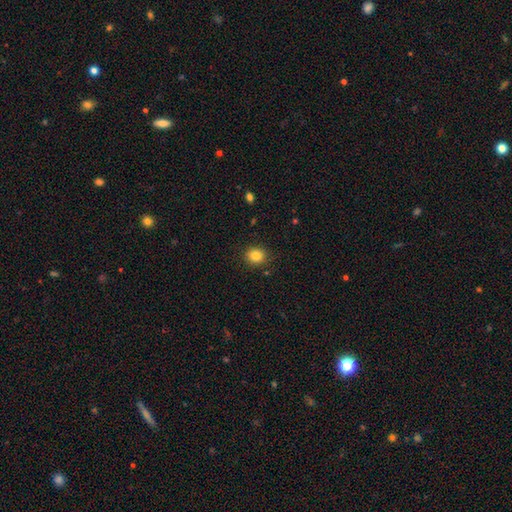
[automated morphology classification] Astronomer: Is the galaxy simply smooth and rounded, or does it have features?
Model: smooth — 83%.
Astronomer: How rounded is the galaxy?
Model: round — 76%.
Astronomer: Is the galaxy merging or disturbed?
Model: none — 89%.